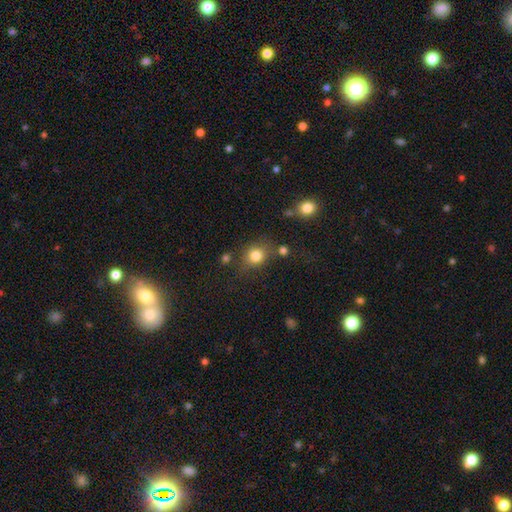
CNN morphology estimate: type=smooth (81%); roundness=round (74%); merging=none (68%).